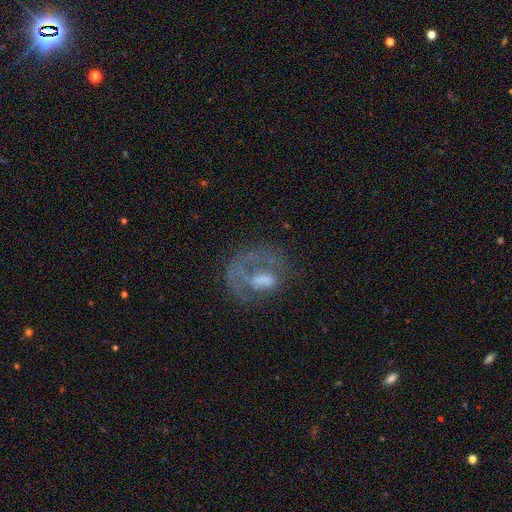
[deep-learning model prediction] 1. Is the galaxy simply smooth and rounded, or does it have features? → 60% featured or disk, 23% smooth, 17% star or artifact.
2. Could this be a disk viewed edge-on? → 96% no, 4% yes.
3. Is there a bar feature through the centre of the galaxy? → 69% no, 23% weak, 8% strong.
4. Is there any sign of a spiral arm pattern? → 53% no, 47% yes.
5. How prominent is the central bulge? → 44% moderate, 24% small, 19% none, 10% large, 3% dominant.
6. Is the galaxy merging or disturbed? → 50% none, 28% major disturbance, 18% minor disturbance, 4% merger.